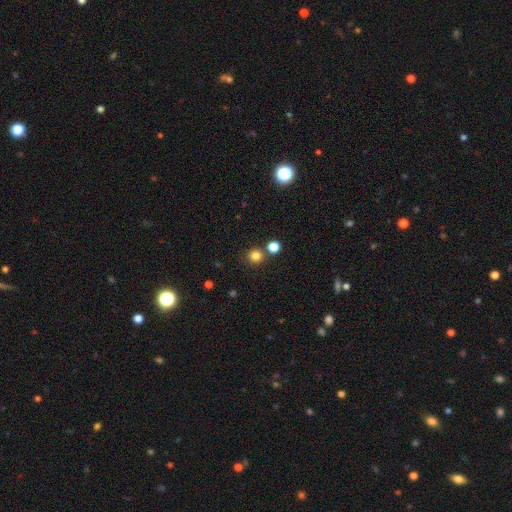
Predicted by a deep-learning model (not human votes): This appears to be a smooth galaxy with no disk features (80%) that is round (91%). Merging: none (80%).